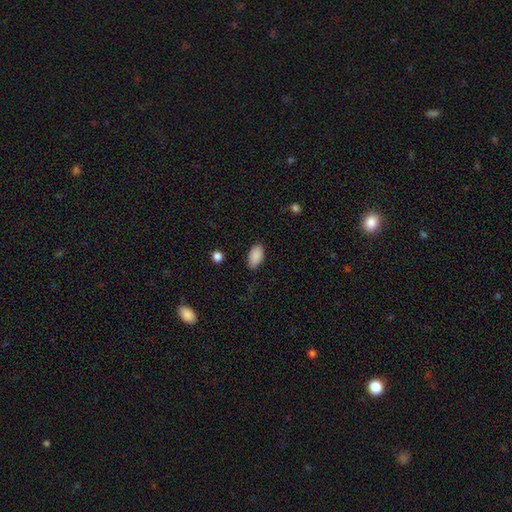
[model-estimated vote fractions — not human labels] smooth_or_featured: smooth (p=0.89) [alt: star or artifact p=0.07]
how_rounded: in between (p=0.94) [alt: round p=0.04]
merging: none (p=0.85) [alt: minor disturbance p=0.11]